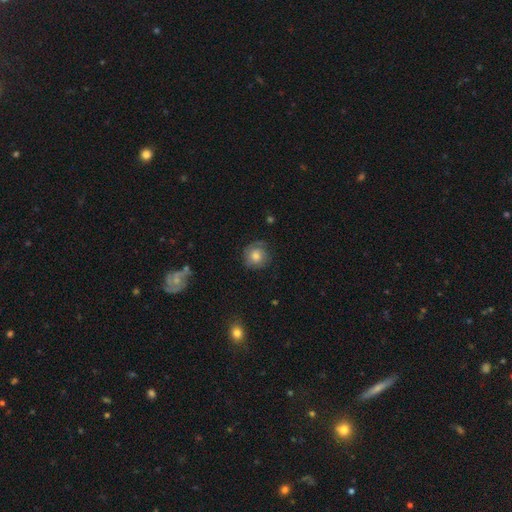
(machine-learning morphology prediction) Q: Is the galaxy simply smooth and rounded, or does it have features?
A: smooth — 61%.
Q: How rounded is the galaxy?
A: round — 89%.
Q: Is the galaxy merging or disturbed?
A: none — 74%.